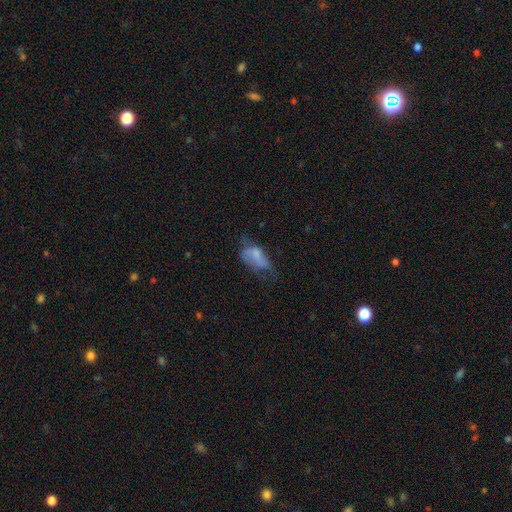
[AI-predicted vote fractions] Overall: smooth (57%; featured or disk 32%). How rounded: in between (89%). Merging: major disturbance (36%; minor disturbance 30%).